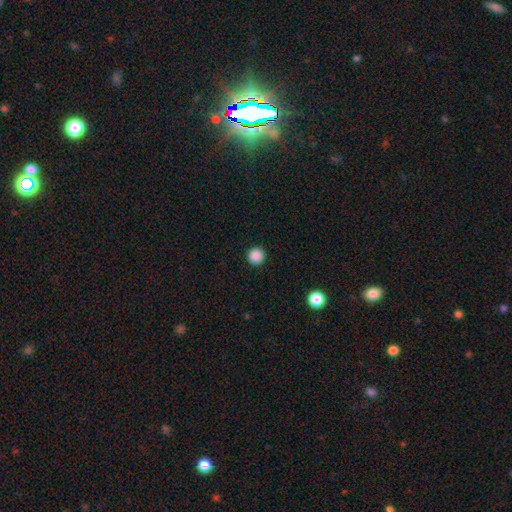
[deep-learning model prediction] Overall: smooth (88%). How rounded: round (97%). Merging: none (93%).